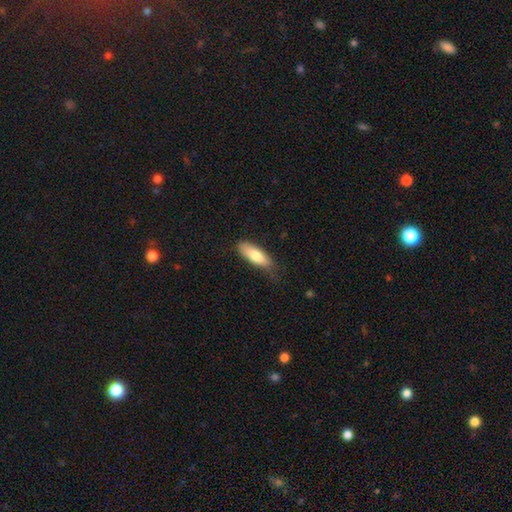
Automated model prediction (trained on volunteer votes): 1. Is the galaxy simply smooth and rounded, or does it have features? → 77% smooth, 17% featured or disk, 6% star or artifact.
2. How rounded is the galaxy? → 67% in between, 31% cigar-shaped, 2% round.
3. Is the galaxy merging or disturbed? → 71% none, 24% minor disturbance, 5% major disturbance, 1% merger.